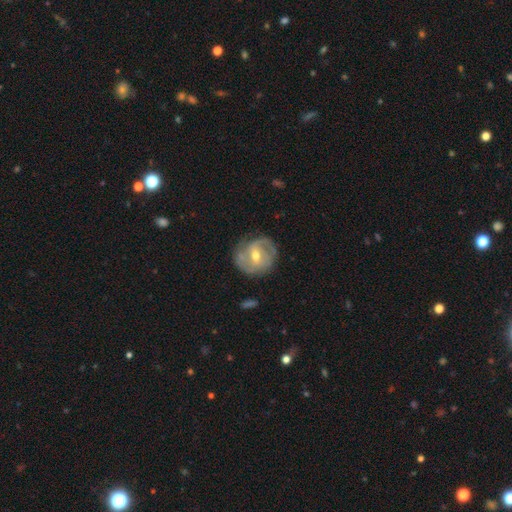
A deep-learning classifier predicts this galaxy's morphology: A featured or disk galaxy (79%) with a weak bar (52%), 2 (57%) tight (45%) spiral arms (90%) and a moderate central bulge (66%). Merging: none (74%).